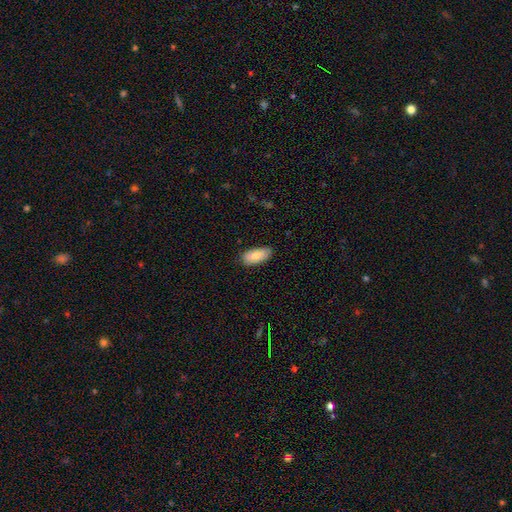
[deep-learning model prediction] Smooth or featured?
  - smooth: 83% *
  - featured or disk: 11%
  - star or artifact: 6%
How rounded?
  - in between: 91% *
  - cigar-shaped: 7%
  - round: 2%
Merging?
  - none: 80% *
  - minor disturbance: 16%
  - major disturbance: 2%
  - merger: 1%